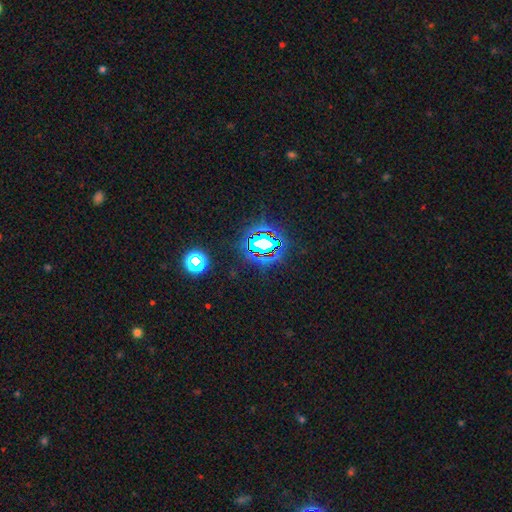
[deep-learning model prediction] Morphology: type=star or artifact (80%).